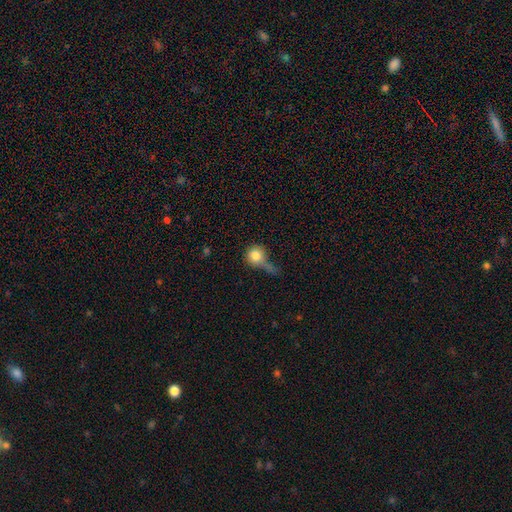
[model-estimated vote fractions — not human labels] A smooth galaxy with no disk features (78%) that is round (86%).

Vote fractions:
- Smooth or featured? smooth: 78% / featured or disk: 12% / star or artifact: 10%
- How rounded? round: 86% / in between: 12% / cigar-shaped: 2%
- Merging? none: 31% (tied) / major disturbance: 31% (tied) / minor disturbance: 23% / merger: 14%